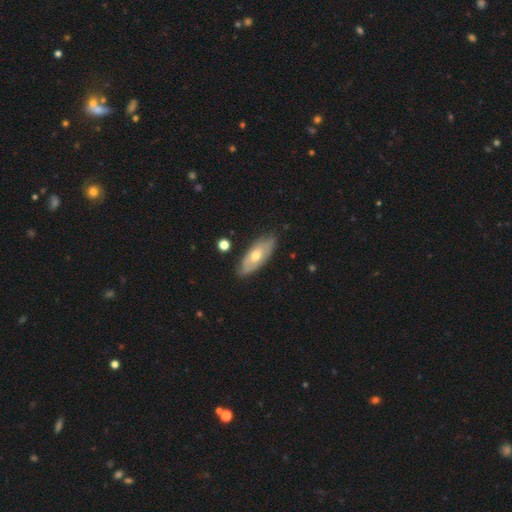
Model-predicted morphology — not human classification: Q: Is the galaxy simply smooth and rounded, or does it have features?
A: featured or disk — 50%.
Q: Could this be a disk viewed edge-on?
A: no — 74%.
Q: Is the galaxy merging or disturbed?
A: none — 81%.